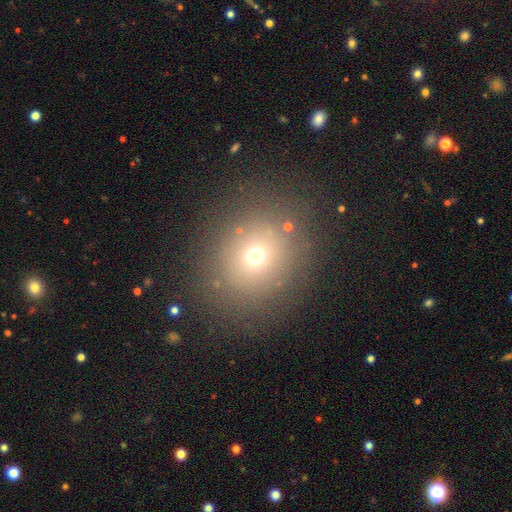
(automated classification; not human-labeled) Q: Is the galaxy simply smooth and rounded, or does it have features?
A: smooth — 66%.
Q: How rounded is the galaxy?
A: round — 79%.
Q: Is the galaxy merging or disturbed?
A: none — 82%.